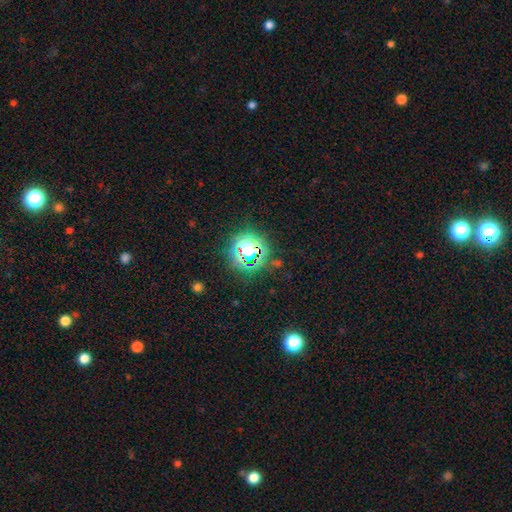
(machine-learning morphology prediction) This is likely a star or artifact rather than a galaxy (74%).